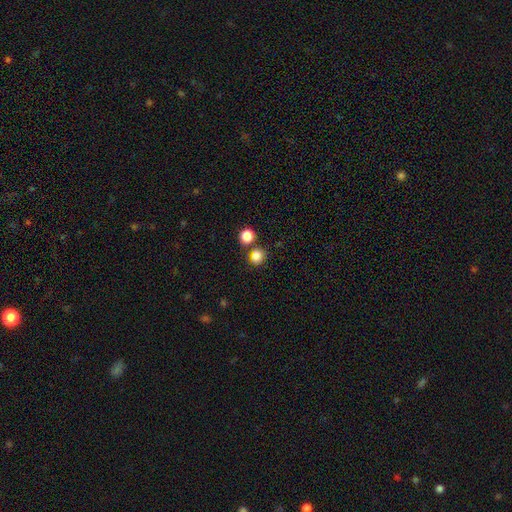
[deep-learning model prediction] Smooth or featured? smooth (82%)
How rounded? round (81%)
Merging? none (71%)